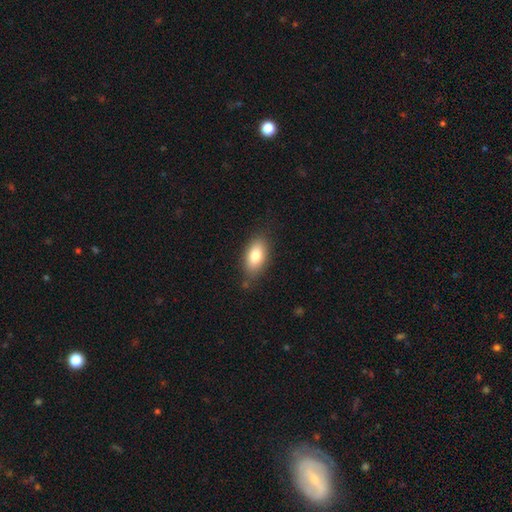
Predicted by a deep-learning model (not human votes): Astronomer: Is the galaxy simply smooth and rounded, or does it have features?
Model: smooth — 78%.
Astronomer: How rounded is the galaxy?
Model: in between — 89%.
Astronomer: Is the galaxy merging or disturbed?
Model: none — 80%.